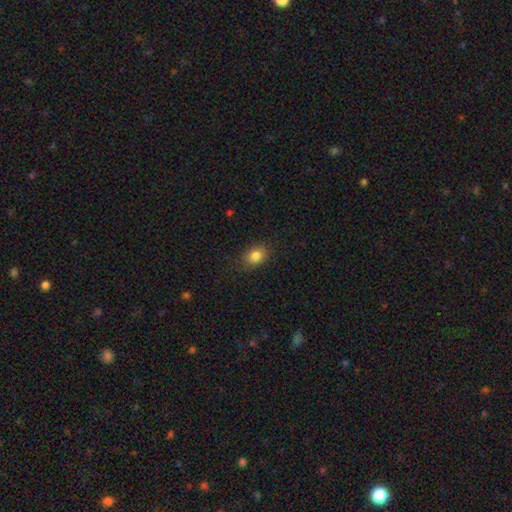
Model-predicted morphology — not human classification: smooth-or-featured: smooth: 84% | star or artifact: 10% | featured or disk: 6%
  how-rounded: in between: 64% | round: 34% | cigar-shaped: 1%
  merging: none: 84% | minor disturbance: 12% | major disturbance: 3% | merger: 1%